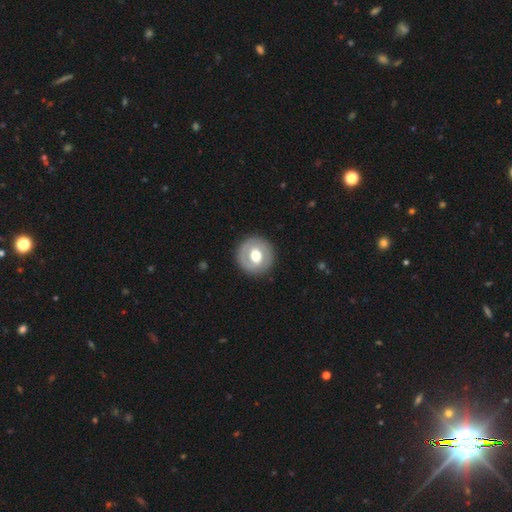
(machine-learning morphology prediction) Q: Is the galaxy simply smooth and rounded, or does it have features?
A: featured or disk — 49%.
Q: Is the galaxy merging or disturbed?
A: none — 88%.